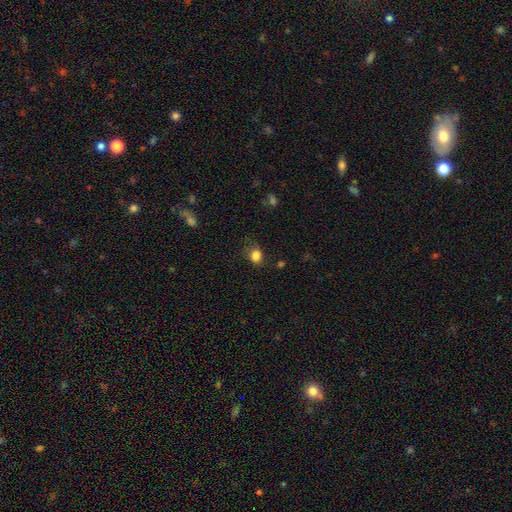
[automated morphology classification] Overall: smooth (83%). How rounded: in between (56%; round 43%). Merging: none (62%; minor disturbance 25%).